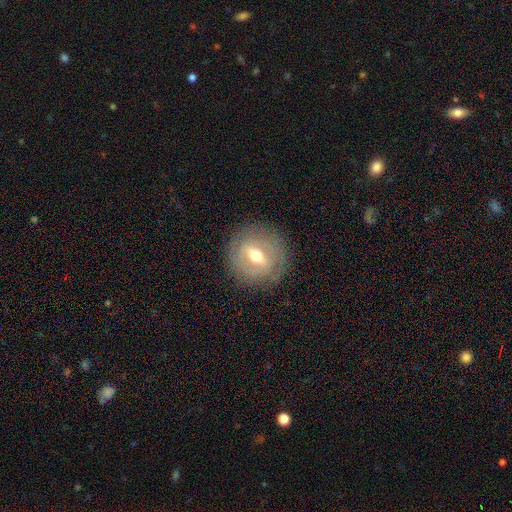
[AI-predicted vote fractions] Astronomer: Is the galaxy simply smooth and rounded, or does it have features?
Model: featured or disk — 62%.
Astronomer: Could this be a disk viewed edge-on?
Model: no — 90%.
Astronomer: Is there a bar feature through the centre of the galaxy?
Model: weak — 46% (runner-up: strong, 35%).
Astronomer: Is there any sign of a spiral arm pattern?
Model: no — 52% (runner-up: yes, 48%).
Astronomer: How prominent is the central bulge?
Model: moderate — 74%.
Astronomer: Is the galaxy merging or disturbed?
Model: none — 82%.